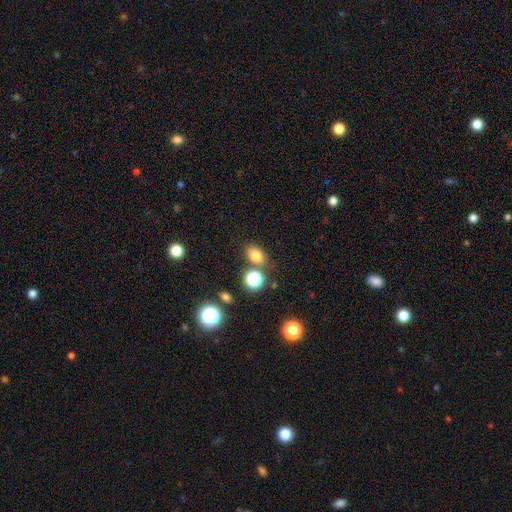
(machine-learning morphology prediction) The model was most divided on "how rounded": in between: 66%, round: 33%, cigar-shaped: 1%. More confident: smooth or featured — smooth (77%); merging — none (73%).